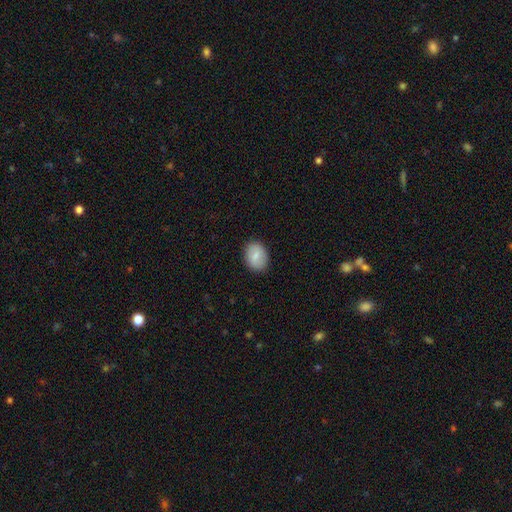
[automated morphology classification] Smooth or featured?
  - smooth: 78% *
  - featured or disk: 15%
  - star or artifact: 7%
How rounded?
  - in between: 68% *
  - round: 30%
  - cigar-shaped: 1%
Merging?
  - none: 87% *
  - minor disturbance: 10%
  - major disturbance: 2%
  - merger: 1%